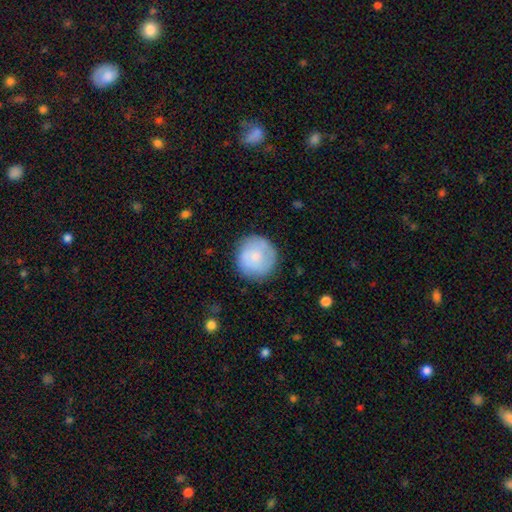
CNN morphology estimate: Smooth or featured?
  - smooth: 71% *
  - featured or disk: 23%
  - star or artifact: 6%
How rounded?
  - round: 94% *
  - in between: 5%
  - cigar-shaped: 1%
Merging?
  - none: 82% *
  - minor disturbance: 13%
  - major disturbance: 4%
  - merger: 1%